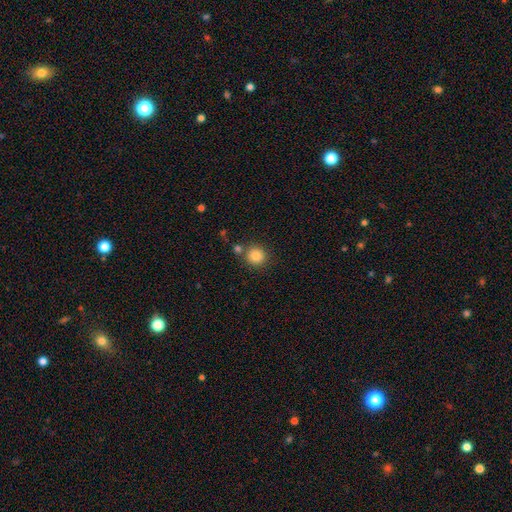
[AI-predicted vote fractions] smooth-or-featured: smooth: 84% | star or artifact: 10% | featured or disk: 5%
  how-rounded: round: 92% | in between: 7% | cigar-shaped: 1%
  merging: none: 79% | merger: 10% | minor disturbance: 8% | major disturbance: 3%